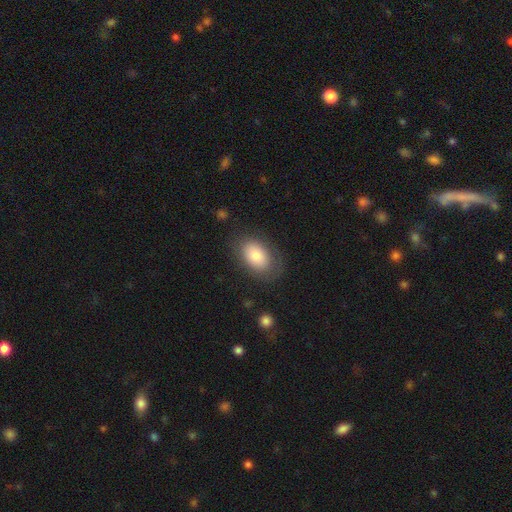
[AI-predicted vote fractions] A smooth galaxy with no disk features (77%) that is in between round and cigar-shaped (87%).

Vote fractions:
- Smooth or featured? smooth: 77% / featured or disk: 16% / star or artifact: 7%
- How rounded? in between: 87% / round: 12% / cigar-shaped: 1%
- Merging? none: 76% / minor disturbance: 16% / major disturbance: 7% / merger: 2%